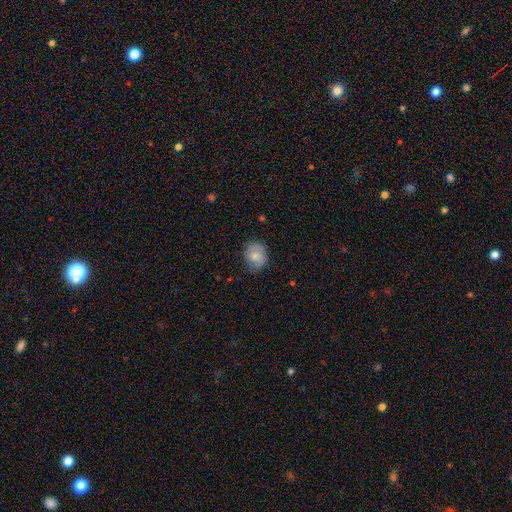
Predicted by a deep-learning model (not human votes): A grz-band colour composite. It shows a smooth galaxy with no disk features (72%) that is round (53%). Merging: none (68%).